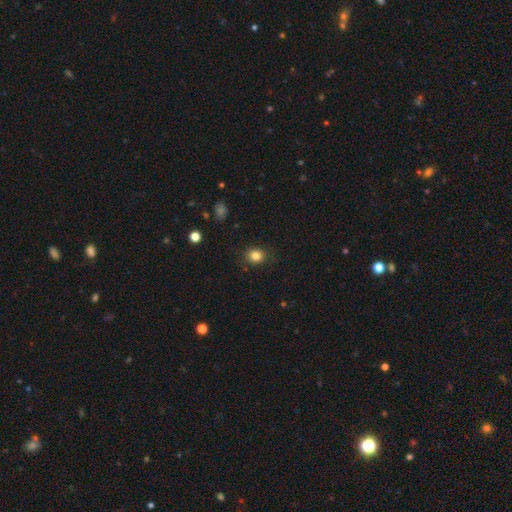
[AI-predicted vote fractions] The model was most divided on "how rounded": round: 74%, in between: 25%, cigar-shaped: 1%. More confident: merging — none (86%); smooth or featured — smooth (83%).